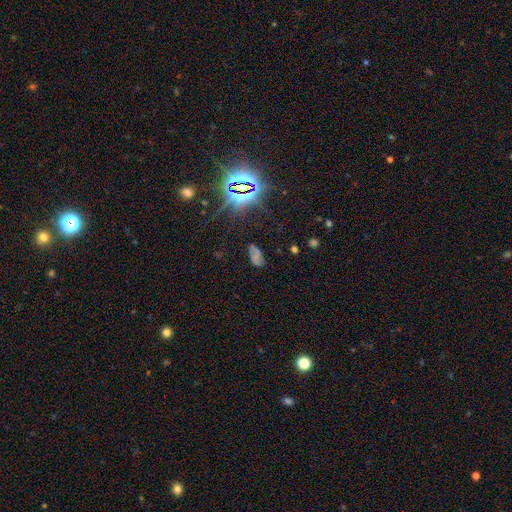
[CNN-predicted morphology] smooth 47%, star or artifact 28%, featured or disk 25%. Down the decision tree: merging — none (65%).